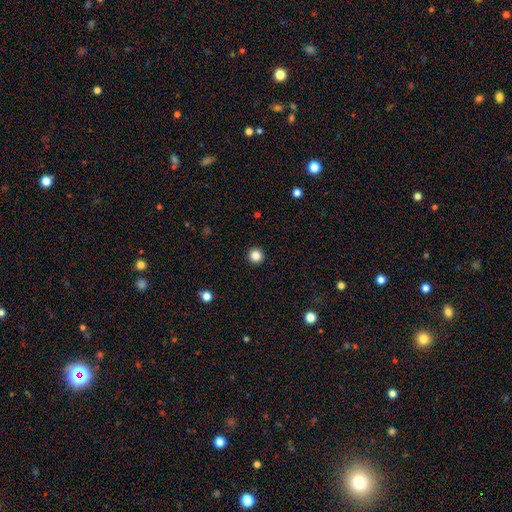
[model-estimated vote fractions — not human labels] Smooth or featured?
  - smooth: 85% *
  - star or artifact: 11%
  - featured or disk: 4%
How rounded?
  - round: 96% *
  - in between: 3%
  - cigar-shaped: 1%
Merging?
  - none: 94% *
  - minor disturbance: 4%
  - major disturbance: 1%
  - merger: 1%